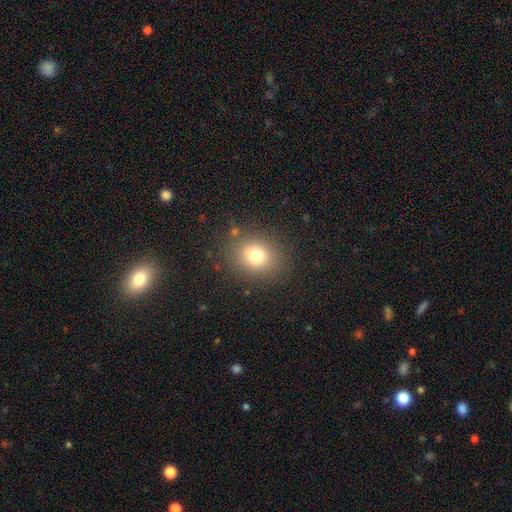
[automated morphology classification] Q: Smooth or featured?
A: smooth (73%); runner-up: star or artifact (16%)
Q: How rounded?
A: round (70%); runner-up: in between (29%)
Q: Merging?
A: none (78%); runner-up: minor disturbance (12%)